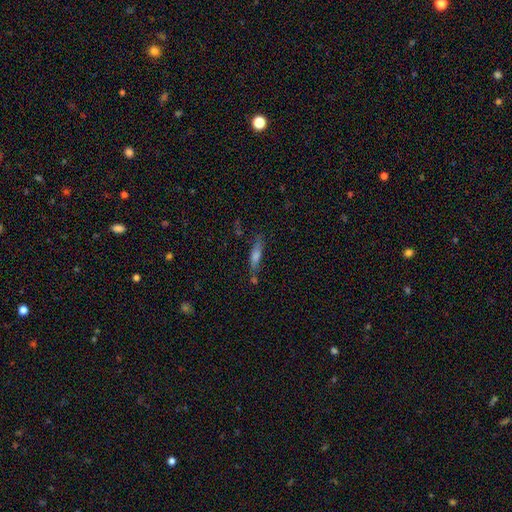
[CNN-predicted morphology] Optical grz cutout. It shows a smooth galaxy with no disk features (50%). Merging: none (69%).